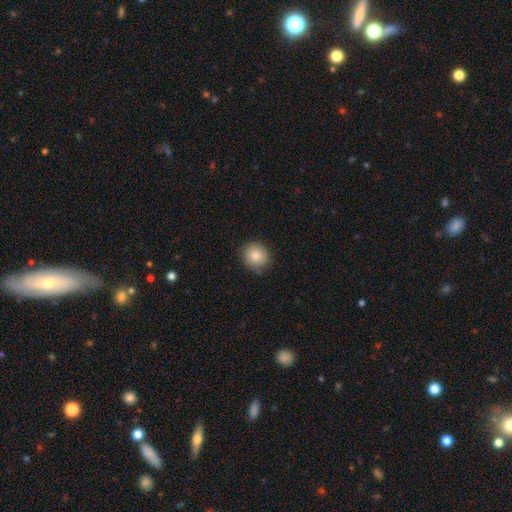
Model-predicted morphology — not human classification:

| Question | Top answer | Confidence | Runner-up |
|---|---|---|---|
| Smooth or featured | smooth | 83% | star or artifact (9%) |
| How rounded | round | 84% | in between (15%) |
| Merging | none | 85% | minor disturbance (12%) |